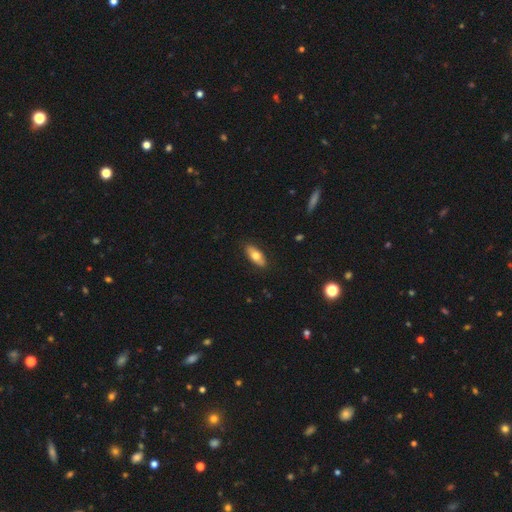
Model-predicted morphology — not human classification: Smooth or featured: smooth — 70% (featured or disk — 24%)
How rounded: in between — 82% (cigar-shaped — 15%)
Merging: none — 87% (minor disturbance — 10%)